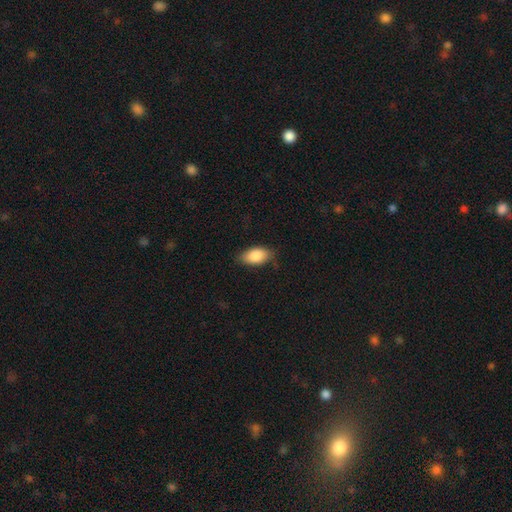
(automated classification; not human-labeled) Smooth or featured: smooth — 86% (featured or disk — 7%)
How rounded: in between — 92% (round — 4%)
Merging: none — 79% (minor disturbance — 17%)